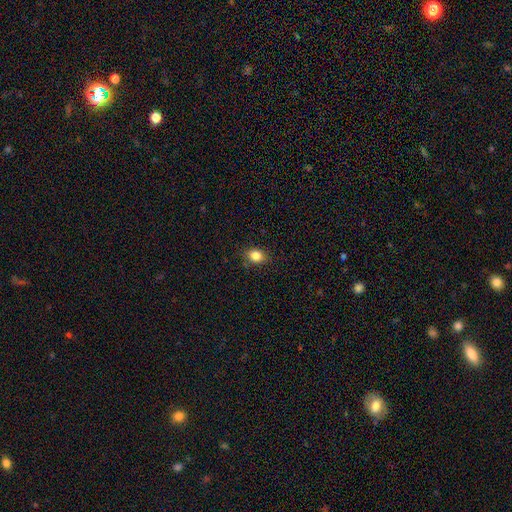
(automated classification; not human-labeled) The model was most divided on "how rounded": in between: 52%, round: 47%, cigar-shaped: 1%. More confident: merging — none (84%); smooth or featured — smooth (84%).